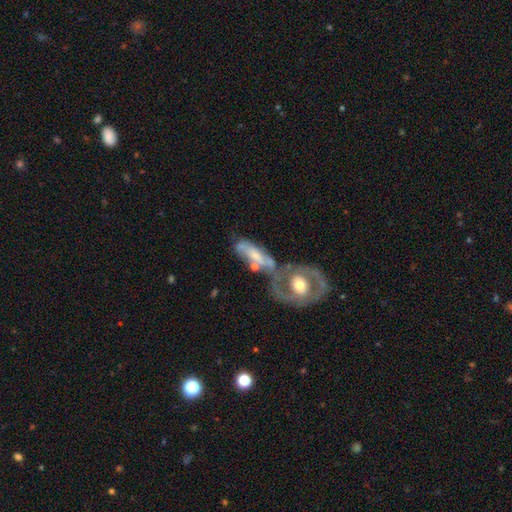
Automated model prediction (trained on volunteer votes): smooth-or-featured: featured or disk: 63% | smooth: 30% | star or artifact: 6%
  disk-edge-on: no: 82% | yes: 18%
    bar: no: 58% | weak: 27% | strong: 14%
    has-spiral-arms: yes: 65% | no: 35%
    bulge-size: moderate: 52% | small: 33% | large: 8% | none: 6% | dominant: 2%
  merging: merger: 49% | none: 25% | minor disturbance: 14% | major disturbance: 11%